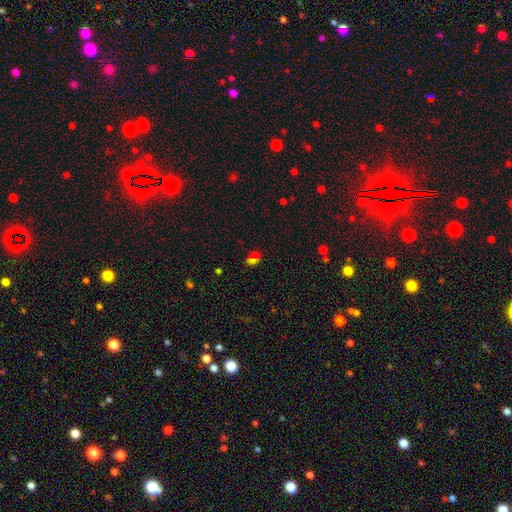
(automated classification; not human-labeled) A smooth galaxy with no disk features (51%) that is in between round and cigar-shaped (63%).

Vote fractions:
- Smooth or featured? smooth: 51% / star or artifact: 40% / featured or disk: 9%
- How rounded? in between: 63% / round: 34% / cigar-shaped: 3%
- Merging? none: 66% / minor disturbance: 19% / major disturbance: 8% / merger: 8%